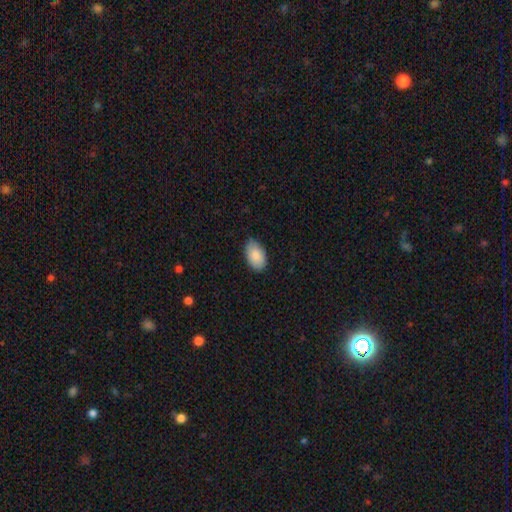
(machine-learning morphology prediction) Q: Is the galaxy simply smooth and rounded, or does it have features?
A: smooth — 84%.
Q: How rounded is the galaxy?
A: in between — 93%.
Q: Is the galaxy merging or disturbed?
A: none — 80%.